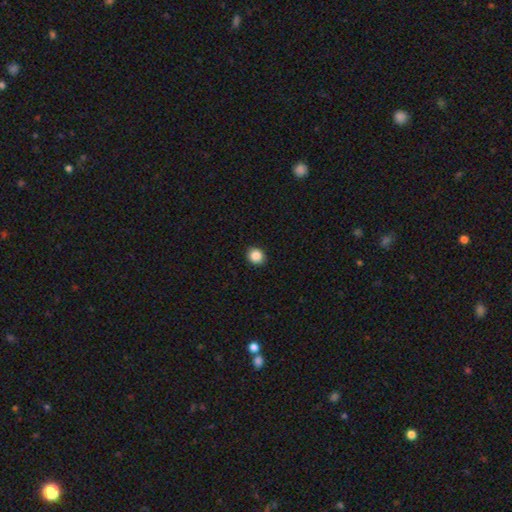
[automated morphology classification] Overall: smooth (88%). How rounded: round (81%). Merging: none (92%).